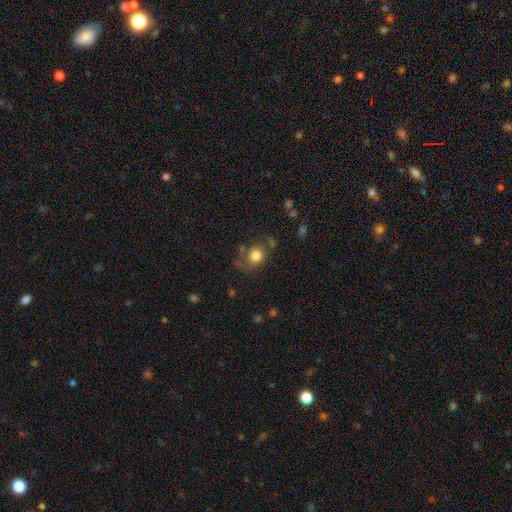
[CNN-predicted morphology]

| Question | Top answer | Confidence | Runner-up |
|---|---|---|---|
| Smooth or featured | smooth | 78% | featured or disk (12%) |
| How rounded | round | 81% | in between (18%) |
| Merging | none | 57% | minor disturbance (20%) |